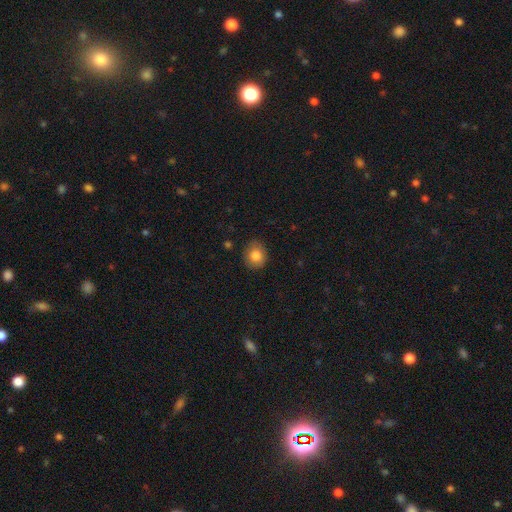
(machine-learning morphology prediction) smooth_or_featured: smooth (p=0.83) [alt: star or artifact p=0.09]
how_rounded: round (p=0.74) [alt: in between p=0.25]
merging: none (p=0.83) [alt: minor disturbance p=0.13]